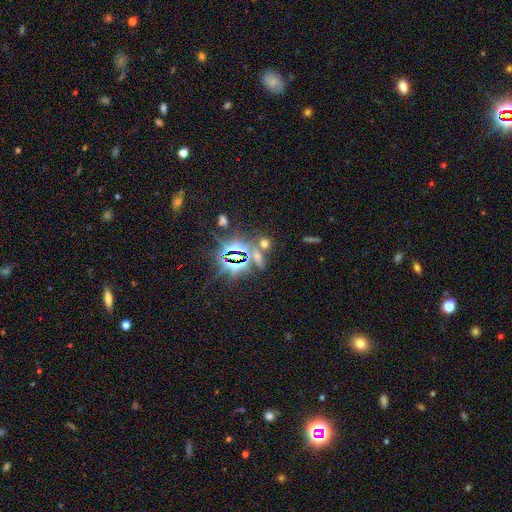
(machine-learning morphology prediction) This is likely a star or artifact rather than a galaxy (77%).